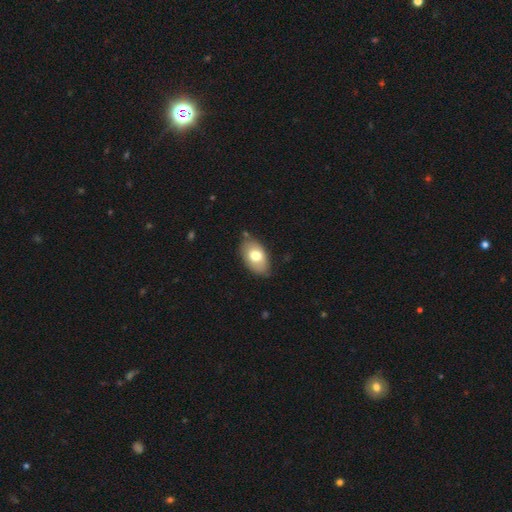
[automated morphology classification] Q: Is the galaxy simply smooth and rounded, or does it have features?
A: smooth — 72%.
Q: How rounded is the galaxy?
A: in between — 92%.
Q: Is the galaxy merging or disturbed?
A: none — 76%.